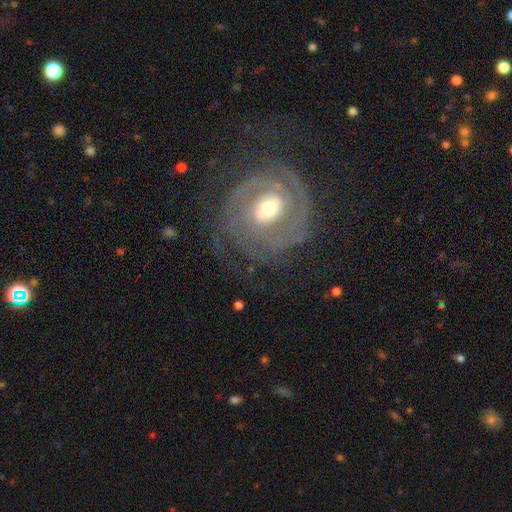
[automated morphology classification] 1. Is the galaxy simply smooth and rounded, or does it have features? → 87% featured or disk, 7% smooth, 6% star or artifact.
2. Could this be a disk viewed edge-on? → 97% no, 3% yes.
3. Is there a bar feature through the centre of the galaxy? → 45% weak, 28% strong, 26% no.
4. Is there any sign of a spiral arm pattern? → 95% yes, 5% no.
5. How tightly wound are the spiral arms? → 70% tight, 25% medium, 6% loose.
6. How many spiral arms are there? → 45% 2, 19% can't tell, 17% 3, 7% 4, 6% 1, 5% more than 4.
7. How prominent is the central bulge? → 69% moderate, 18% small, 10% large, 1% dominant, 1% none.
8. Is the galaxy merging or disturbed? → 74% none, 15% minor disturbance, 10% major disturbance, 1% merger.